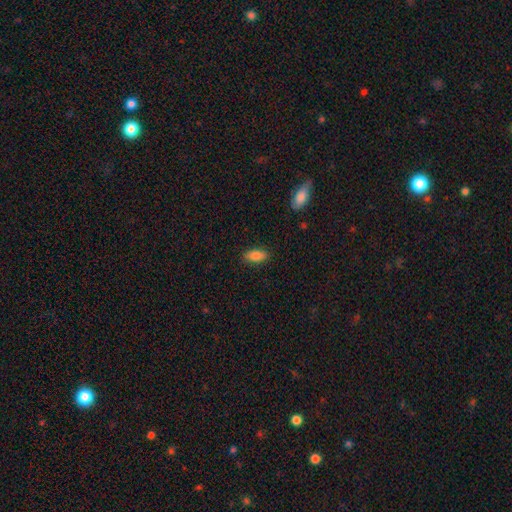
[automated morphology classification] This appears to be a smooth galaxy with no disk features (85%) that is in between round and cigar-shaped (87%). Merging: none (87%).